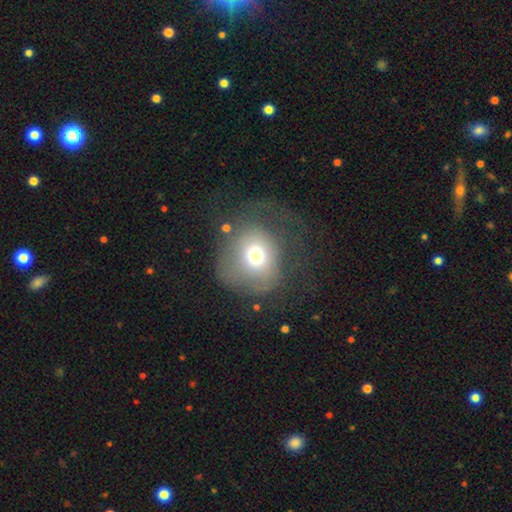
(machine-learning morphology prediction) smooth 63%, featured or disk 25%, star or artifact 12%. Down the decision tree: how rounded — round (77%); merging — major disturbance (45%).